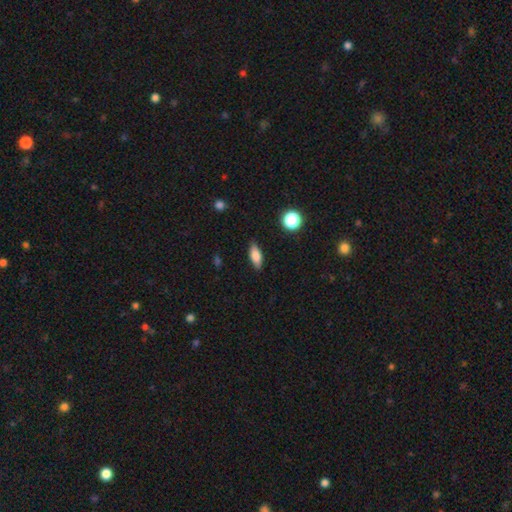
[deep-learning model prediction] Smooth or featured? smooth (79%)
How rounded? in between (71%)
Merging? none (86%)